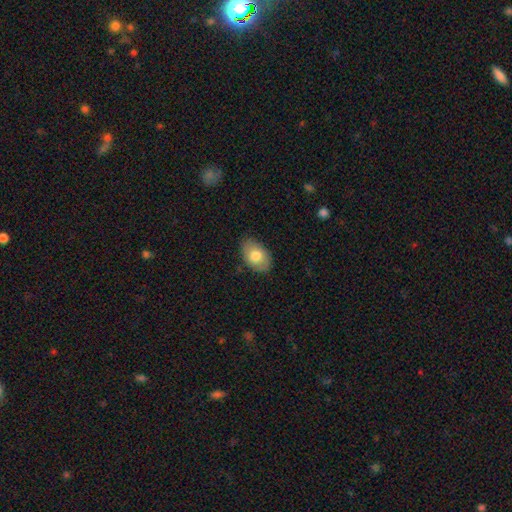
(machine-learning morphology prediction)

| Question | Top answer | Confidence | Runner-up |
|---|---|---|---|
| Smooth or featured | smooth | 77% | featured or disk (17%) |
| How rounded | in between | 88% | round (10%) |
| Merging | none | 80% | minor disturbance (16%) |